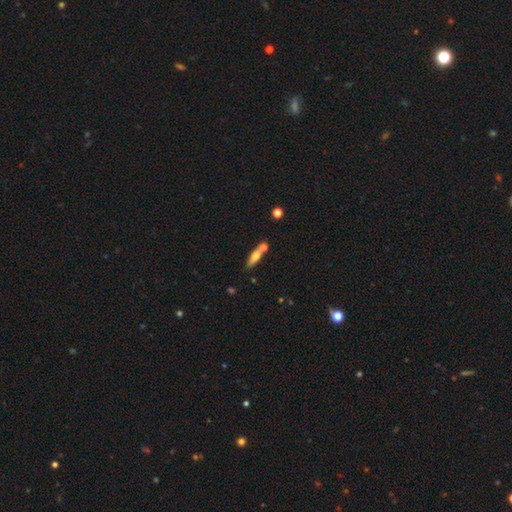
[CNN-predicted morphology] Smooth or featured: smooth — 58% (featured or disk — 35%)
How rounded: cigar-shaped — 61% (in between — 36%)
Merging: none — 58% (merger — 26%)